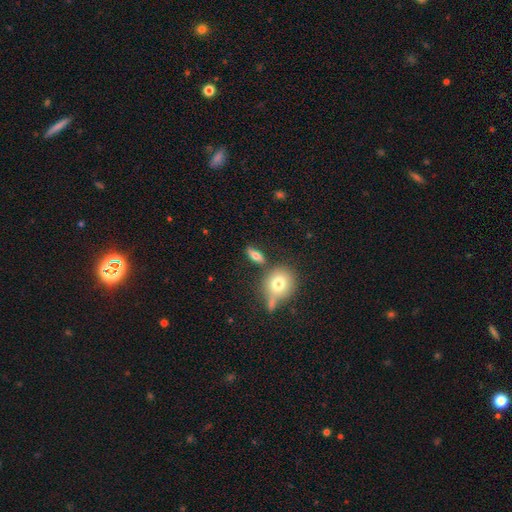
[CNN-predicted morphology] Smooth or featured?
  - smooth: 64% *
  - featured or disk: 26%
  - star or artifact: 10%
How rounded?
  - in between: 59% *
  - cigar-shaped: 26%
  - round: 15%
Merging?
  - none: 73% *
  - minor disturbance: 13%
  - merger: 9%
  - major disturbance: 5%